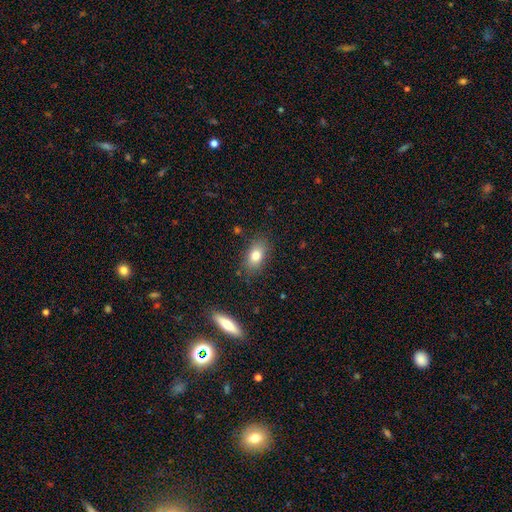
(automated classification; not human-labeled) The model was most divided on "smooth or featured": smooth: 79%, featured or disk: 12%, star or artifact: 9%. More confident: how rounded — in between (85%); merging — none (82%).